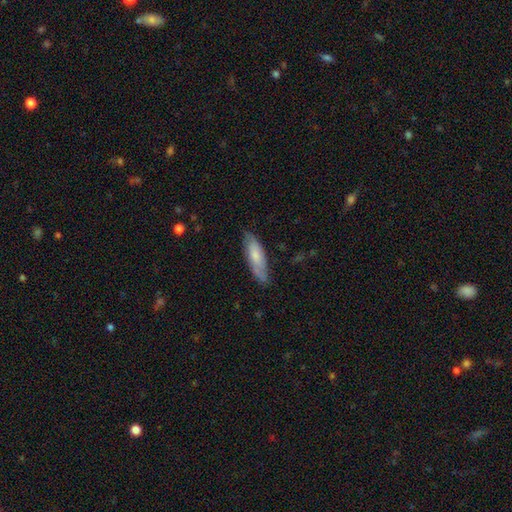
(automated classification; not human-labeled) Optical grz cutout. It shows a smooth galaxy with no disk features (55%) that is in between round and cigar-shaped (50%). Merging: none (73%).